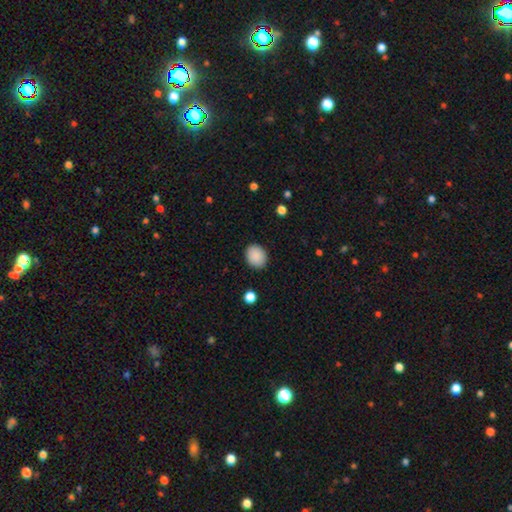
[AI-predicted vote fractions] smooth 90%, star or artifact 8%, featured or disk 3%. Down the decision tree: how rounded — round (57%); merging — none (89%).